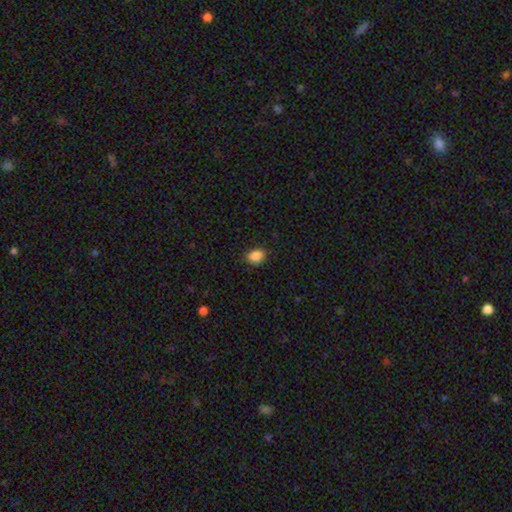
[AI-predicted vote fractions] smooth 88%, star or artifact 9%, featured or disk 3%. Down the decision tree: how rounded — in between (68%); merging — none (83%).